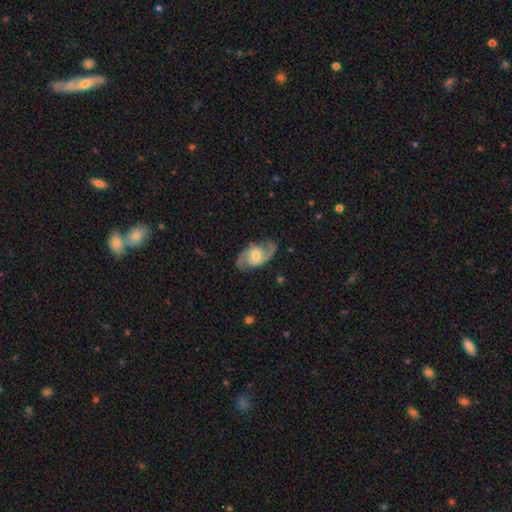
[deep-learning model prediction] smooth-or-featured: featured or disk: 88% | smooth: 7% | star or artifact: 5%
  disk-edge-on: no: 97% | yes: 3%
    bar: no: 55% | weak: 36% | strong: 9%
    has-spiral-arms: yes: 97% | no: 3%
      spiral-winding: medium: 57% | tight: 23% | loose: 20%
      spiral-arm-count: 2: 93% | can't tell: 2% | 3: 2% | 1: 1% | 4: 1% | more than 4: 1%
    bulge-size: moderate: 51% | small: 40% | large: 5% | none: 3% | dominant: 1%
  merging: none: 82% | minor disturbance: 12% | major disturbance: 4% | merger: 1%